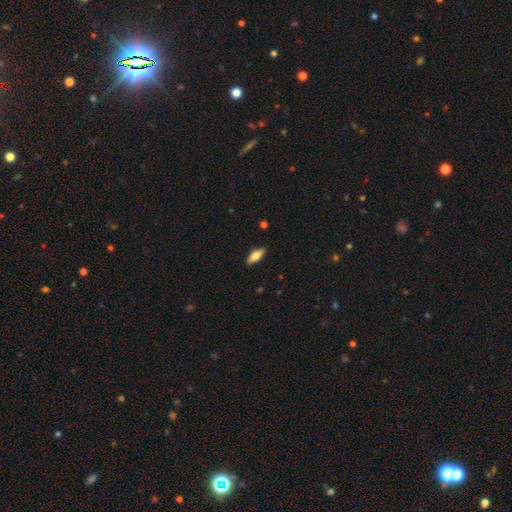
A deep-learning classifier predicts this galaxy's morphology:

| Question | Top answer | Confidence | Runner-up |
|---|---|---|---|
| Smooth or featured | smooth | 68% | featured or disk (25%) |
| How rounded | in between | 66% | cigar-shaped (31%) |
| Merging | none | 89% | minor disturbance (8%) |